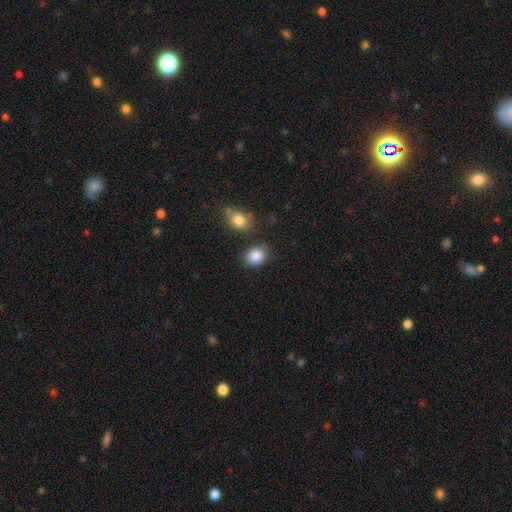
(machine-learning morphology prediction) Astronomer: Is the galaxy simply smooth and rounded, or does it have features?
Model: smooth — 88%.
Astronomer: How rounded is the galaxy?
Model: in between — 54% (runner-up: round, 45%).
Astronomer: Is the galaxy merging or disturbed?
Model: none — 73%.